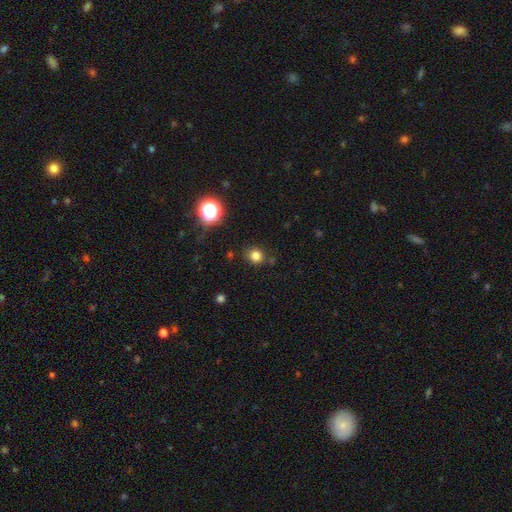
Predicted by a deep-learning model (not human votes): The model was most divided on "smooth or featured": smooth: 80%, star or artifact: 15%, featured or disk: 5%. More confident: how rounded — round (86%); merging — none (84%).